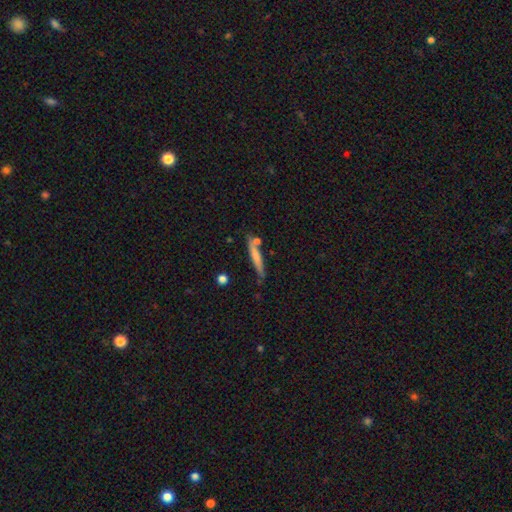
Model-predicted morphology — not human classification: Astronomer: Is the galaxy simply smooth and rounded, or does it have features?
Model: smooth — 61%.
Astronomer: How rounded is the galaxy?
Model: cigar-shaped — 93%.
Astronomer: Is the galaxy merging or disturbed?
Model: none — 70%.